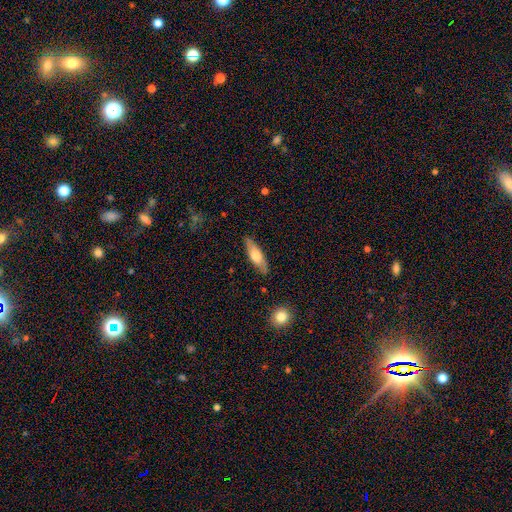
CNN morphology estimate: Smooth or featured? Predicted: smooth (p=0.57). How rounded? Predicted: cigar-shaped (p=0.52). Merging? Predicted: none (p=0.84).